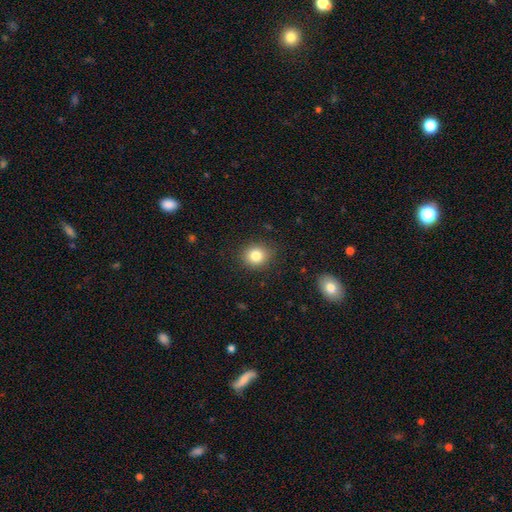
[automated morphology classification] Smooth or featured: smooth — 82% (star or artifact — 11%)
How rounded: round — 76% (in between — 23%)
Merging: none — 87% (minor disturbance — 9%)